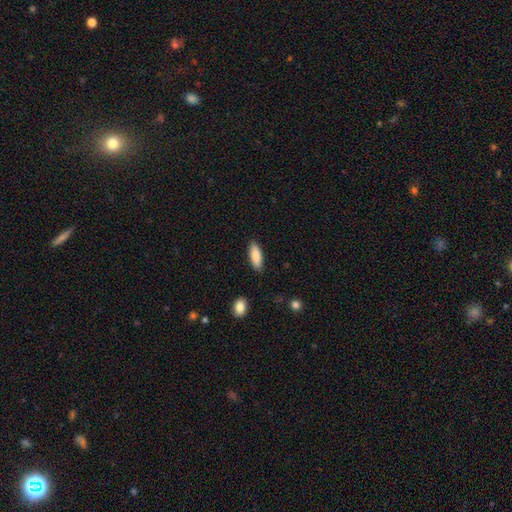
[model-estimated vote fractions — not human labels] A smooth galaxy with no disk features (86%) that is in between round and cigar-shaped (68%).

Vote fractions:
- Smooth or featured? smooth: 86% / featured or disk: 8% / star or artifact: 6%
- How rounded? in between: 68% / cigar-shaped: 30% / round: 2%
- Merging? none: 87% / minor disturbance: 10% / major disturbance: 2% / merger: 1%